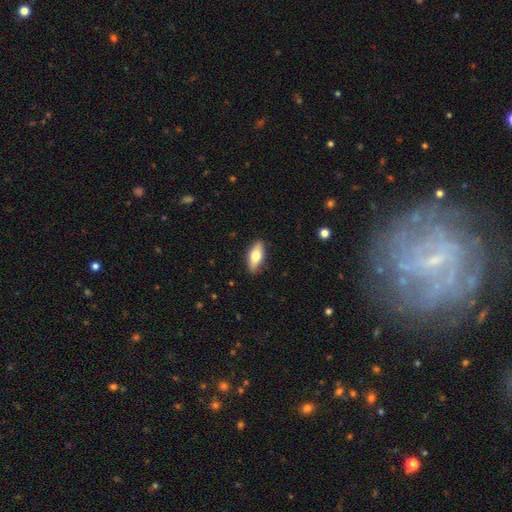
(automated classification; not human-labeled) This appears to be a smooth galaxy with no disk features (67%) that is in between round and cigar-shaped (75%). Merging: none (87%).